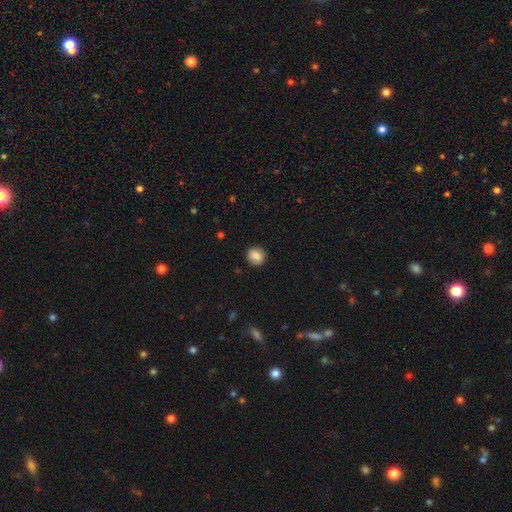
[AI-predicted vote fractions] This is clearly a smooth galaxy (86%). How rounded: likely round (77%). Merging: clearly none (87%).